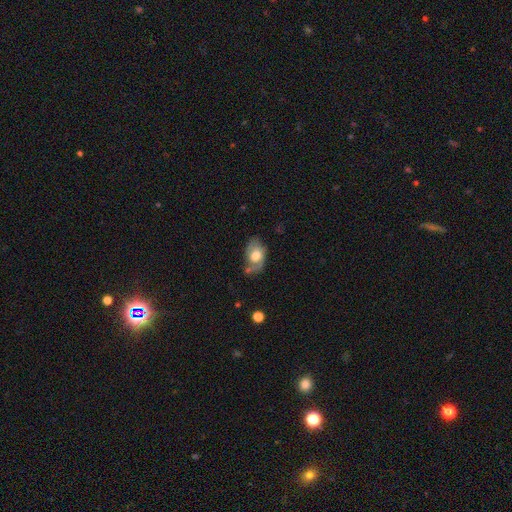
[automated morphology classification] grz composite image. It shows a featured or disk galaxy (56%) with no bar (70%), spiral arms (73%) and a moderate central bulge (49%). Merging: none (49%).